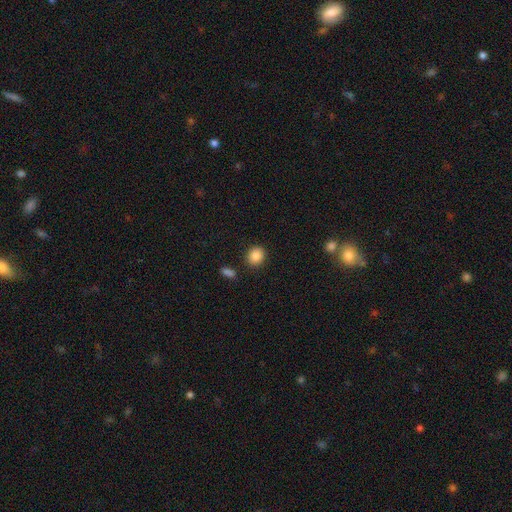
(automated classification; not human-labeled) Overall: smooth (87%). How rounded: round (68%; in between 31%). Merging: none (86%).